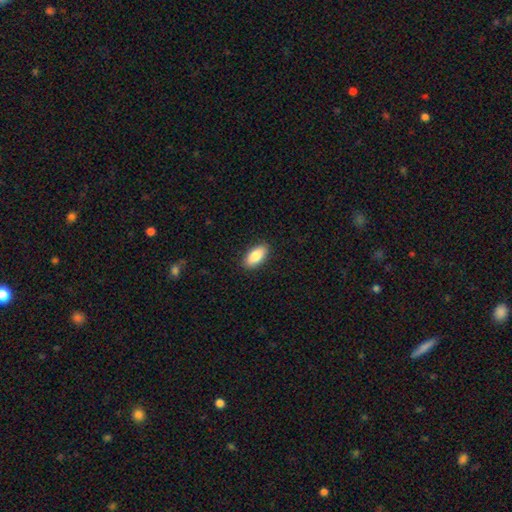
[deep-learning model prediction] A smooth galaxy with no disk features (86%) that is in between round and cigar-shaped (90%).

Vote fractions:
- Smooth or featured? smooth: 86% / featured or disk: 8% / star or artifact: 6%
- How rounded? in between: 90% / cigar-shaped: 7% / round: 2%
- Merging? none: 89% / minor disturbance: 8% / major disturbance: 2% / merger: 1%